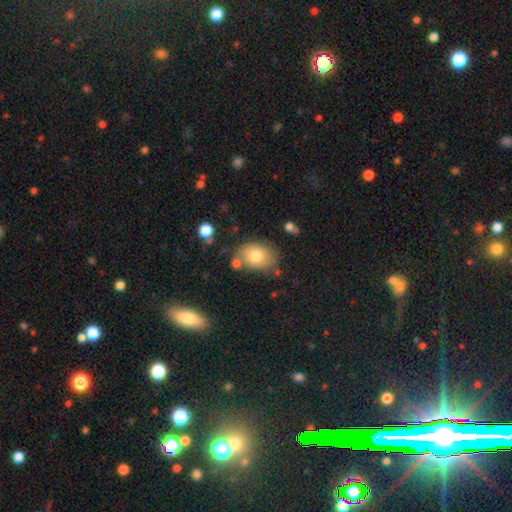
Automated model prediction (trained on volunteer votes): smooth 76%, featured or disk 15%, star or artifact 9%. Down the decision tree: how rounded — in between (74%); merging — none (68%).